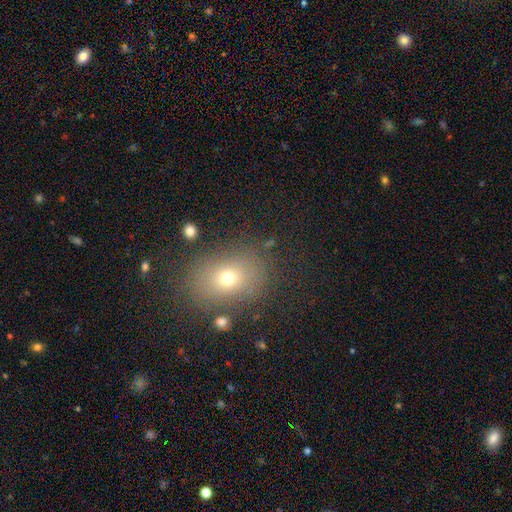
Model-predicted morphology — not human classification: A smooth galaxy with no disk features (66%) that is in between round and cigar-shaped (64%). Merging: none (81%).